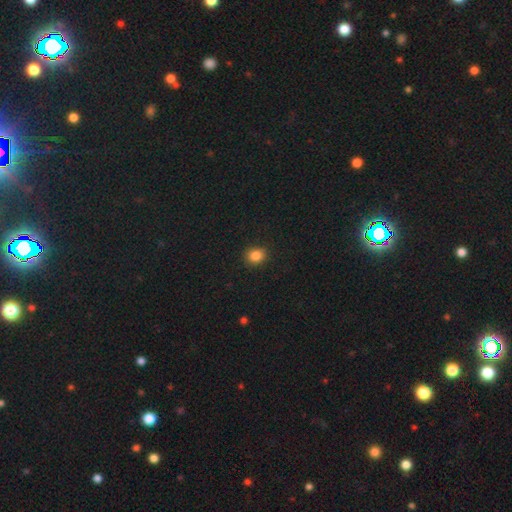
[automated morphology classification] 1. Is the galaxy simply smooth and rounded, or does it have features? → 85% smooth, 11% star or artifact, 4% featured or disk.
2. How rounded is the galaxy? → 66% round, 33% in between, 1% cigar-shaped.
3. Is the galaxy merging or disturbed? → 89% none, 8% minor disturbance, 2% major disturbance, 1% merger.